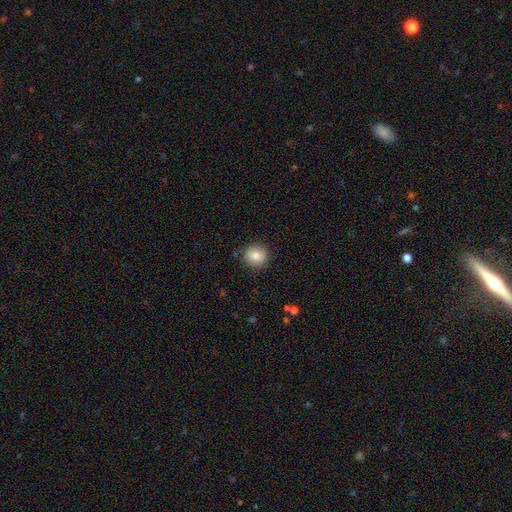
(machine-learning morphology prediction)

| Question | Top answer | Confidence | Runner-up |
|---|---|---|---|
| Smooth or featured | smooth | 85% | star or artifact (9%) |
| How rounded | round | 87% | in between (12%) |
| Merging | none | 89% | minor disturbance (8%) |